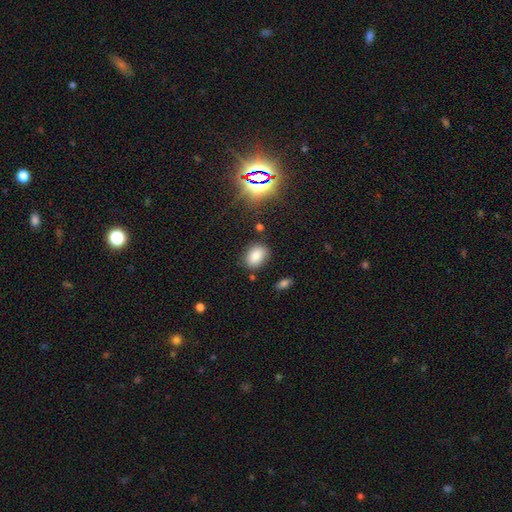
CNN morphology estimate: type=smooth (80%); roundness=in between (76%); merging=none (81%).